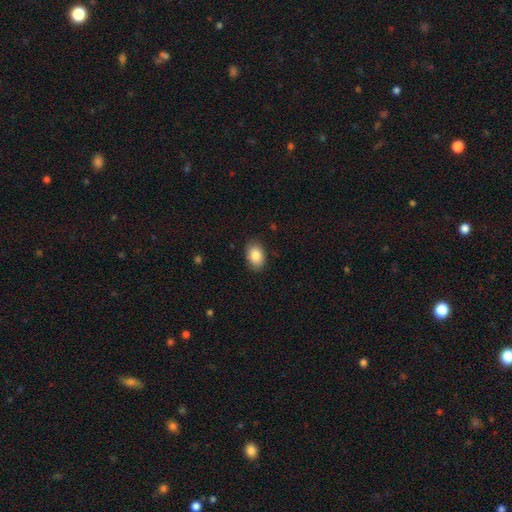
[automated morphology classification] The model was most divided on "how rounded": in between: 85%, round: 14%, cigar-shaped: 1%. More confident: merging — none (86%); smooth or featured — smooth (86%).